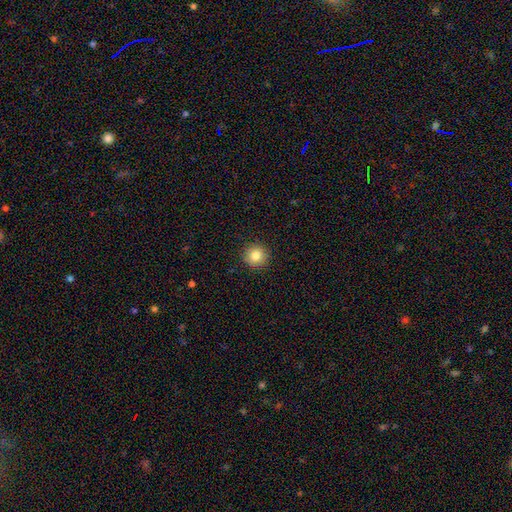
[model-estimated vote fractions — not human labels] Smooth or featured? smooth (82%)
How rounded? round (94%)
Merging? none (92%)